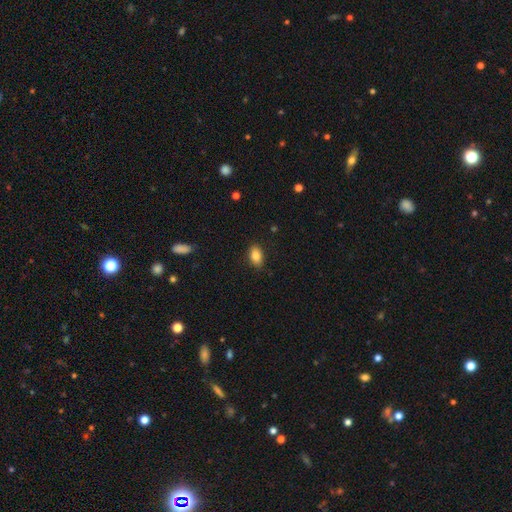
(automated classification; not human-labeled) A smooth galaxy with no disk features (85%) that is in between round and cigar-shaped (90%). Merging: none (87%).